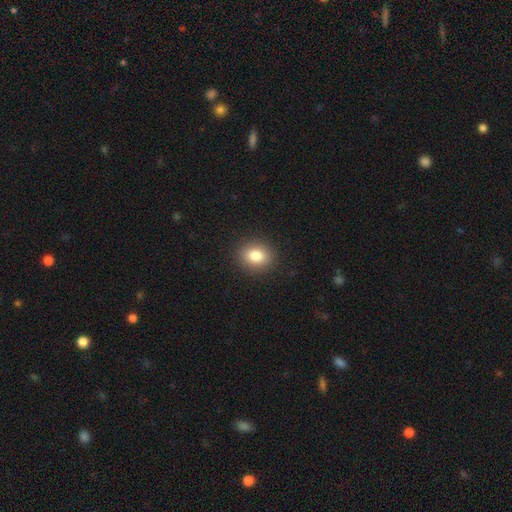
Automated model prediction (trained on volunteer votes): Overall: smooth (83%). How rounded: round (61%; in between 38%). Merging: none (90%).